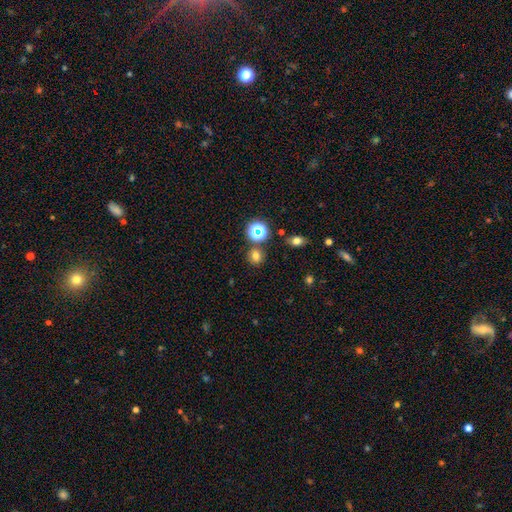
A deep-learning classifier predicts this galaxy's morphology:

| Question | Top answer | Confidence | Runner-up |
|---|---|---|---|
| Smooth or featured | smooth | 69% | star or artifact (24%) |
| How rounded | round | 76% | in between (23%) |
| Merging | none | 80% | minor disturbance (9%) |